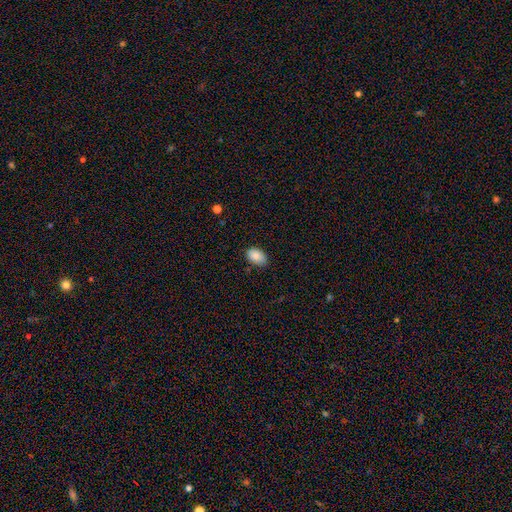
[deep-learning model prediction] This is clearly a smooth galaxy (88%). How rounded: clearly in between (88%). Merging: likely none (78%).